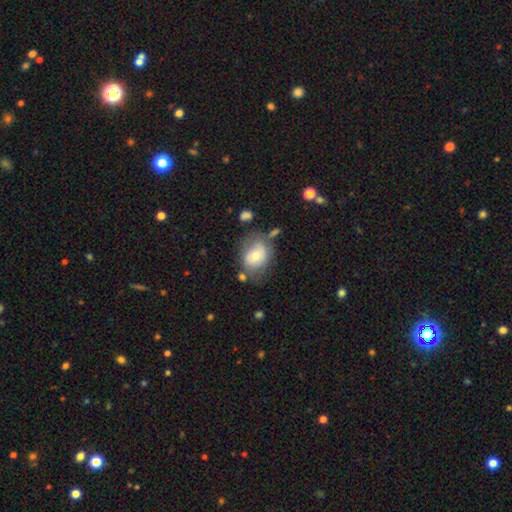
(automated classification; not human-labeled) Overall: smooth (64%; featured or disk 27%). How rounded: in between (58%; round 41%). Merging: none (53%; minor disturbance 24%).